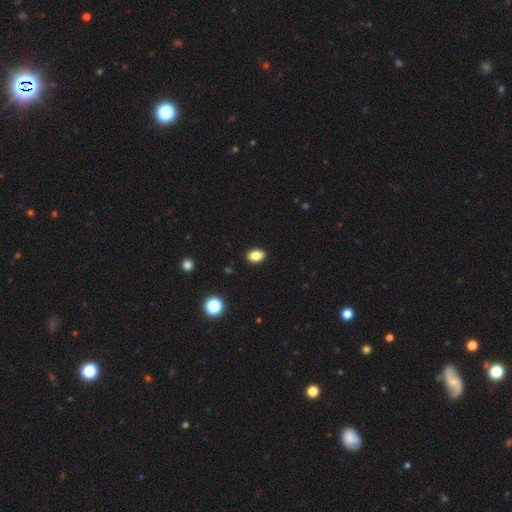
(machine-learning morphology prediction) smooth 85%, star or artifact 10%, featured or disk 5%. Down the decision tree: how rounded — in between (81%); merging — none (90%).